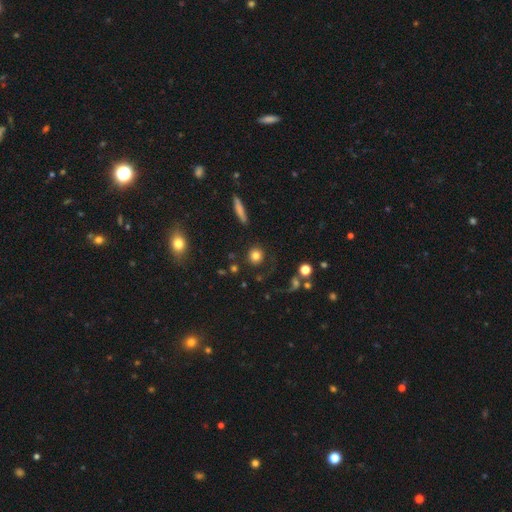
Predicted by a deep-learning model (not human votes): Smooth or featured: smooth — 78% (star or artifact — 11%)
How rounded: round — 89% (in between — 9%)
Merging: none — 82% (minor disturbance — 9%)